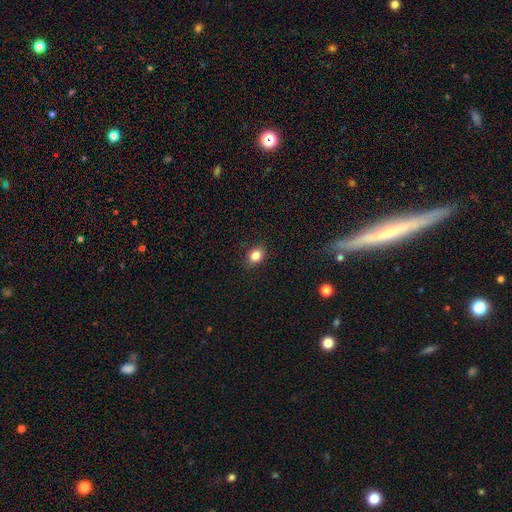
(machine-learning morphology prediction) Smooth or featured: smooth — 84% (star or artifact — 10%)
How rounded: in between — 59% (round — 40%)
Merging: none — 87% (minor disturbance — 10%)